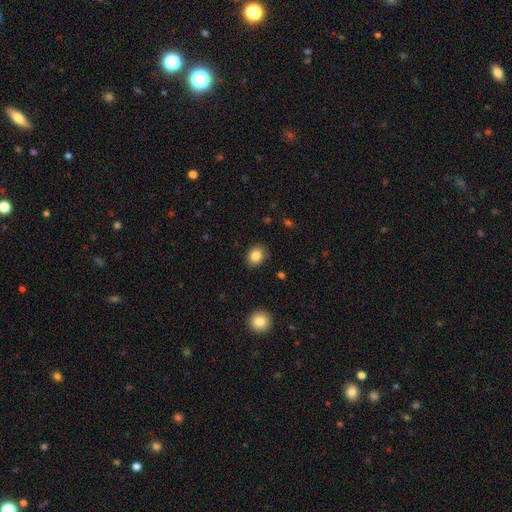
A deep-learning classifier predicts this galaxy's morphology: type=smooth (85%); roundness=round (57%); merging=none (87%).